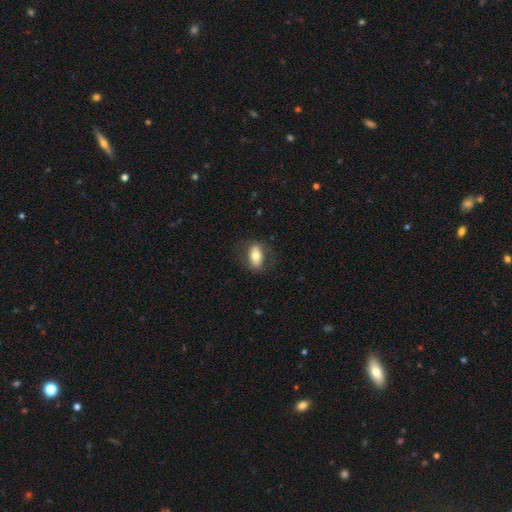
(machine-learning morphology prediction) This appears to be a smooth galaxy with no disk features (67%) that is in between round and cigar-shaped (86%). Merging: none (79%).